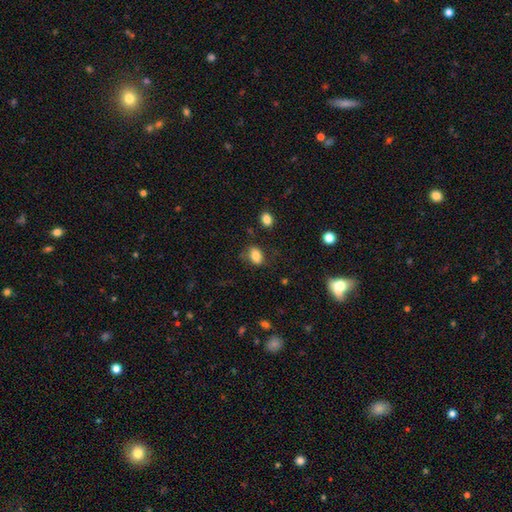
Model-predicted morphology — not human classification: smooth_or_featured: smooth (p=0.83) [alt: star or artifact p=0.09]
how_rounded: in between (p=0.81) [alt: round p=0.17]
merging: none (p=0.71) [alt: minor disturbance p=0.20]